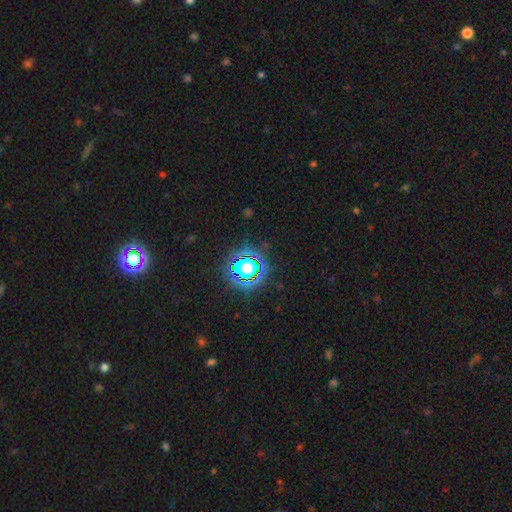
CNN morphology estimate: Smooth or featured? Predicted: star or artifact (p=0.83).